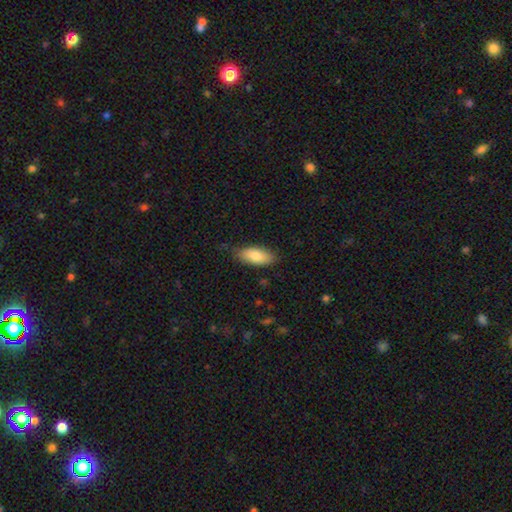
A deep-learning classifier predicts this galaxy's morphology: Smooth or featured? smooth (80%)
How rounded? in between (85%)
Merging? none (75%)